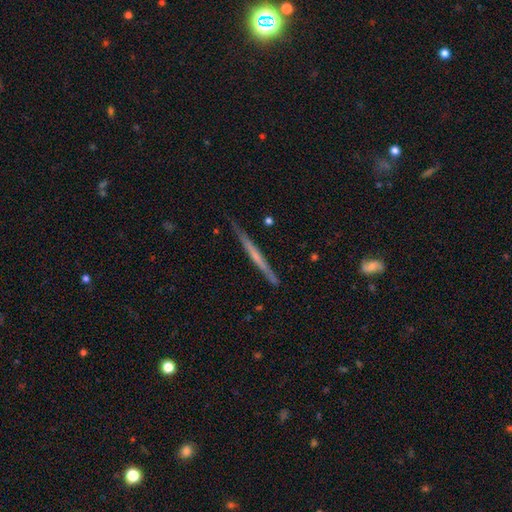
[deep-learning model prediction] featured or disk 60%, smooth 35%, star or artifact 5%. Down the decision tree: edge-on disk — yes (97%); edge-on bulge — none (76%); merging — none (85%).